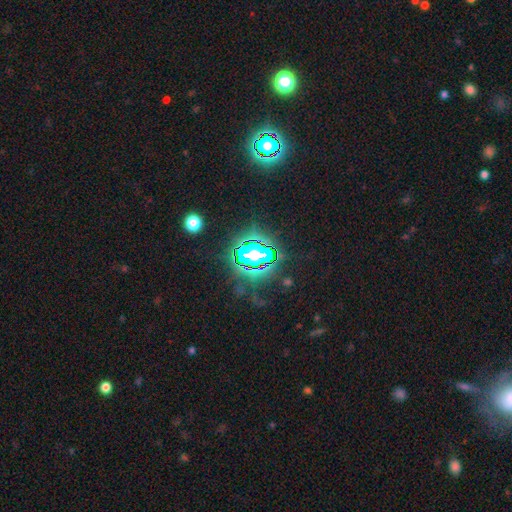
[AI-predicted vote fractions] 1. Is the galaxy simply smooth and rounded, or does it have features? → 82% star or artifact, 10% smooth, 8% featured or disk.